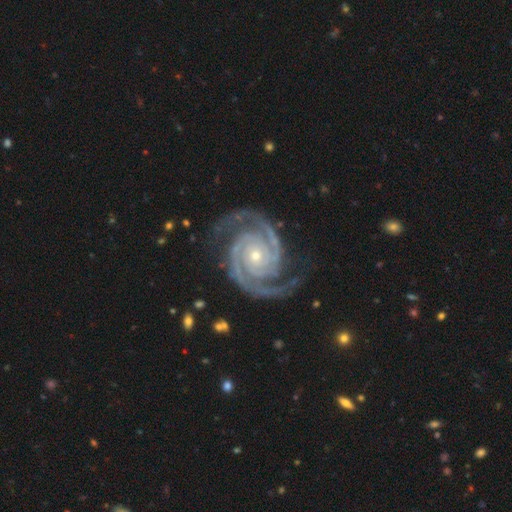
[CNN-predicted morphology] featured or disk 94%, star or artifact 4%, smooth 2%. Down the decision tree: edge-on disk — no (98%); bar — no (74%); spiral arms — yes (99%); spiral arm count — 2 (89%); spiral winding — tight (67%); bulge size — small (63%); merging — none (81%).